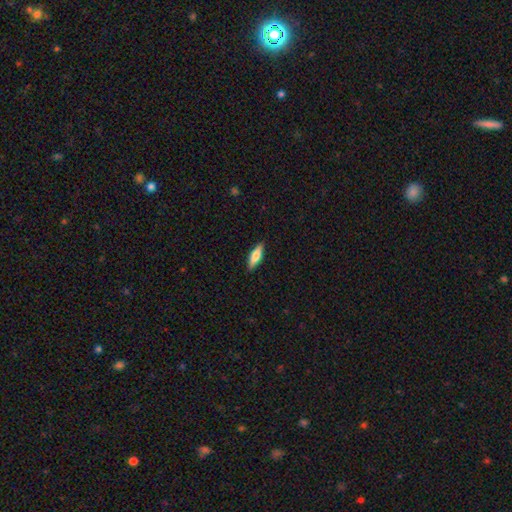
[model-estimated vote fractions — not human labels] Smooth or featured? Predicted: smooth (p=0.66). How rounded? Predicted: cigar-shaped (p=0.51). Merging? Predicted: none (p=0.88).